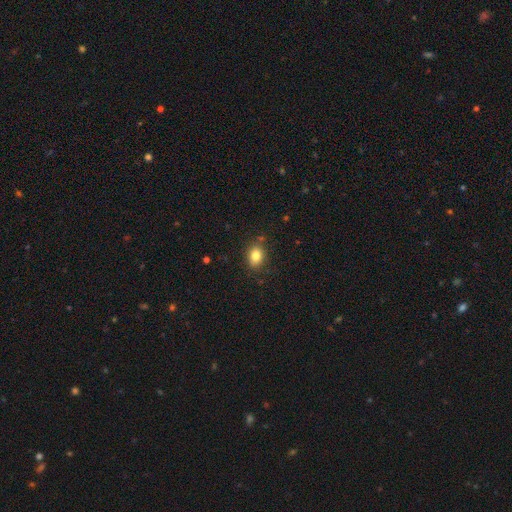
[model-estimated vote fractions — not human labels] Overall: smooth (82%). How rounded: in between (64%; round 34%). Merging: none (82%).